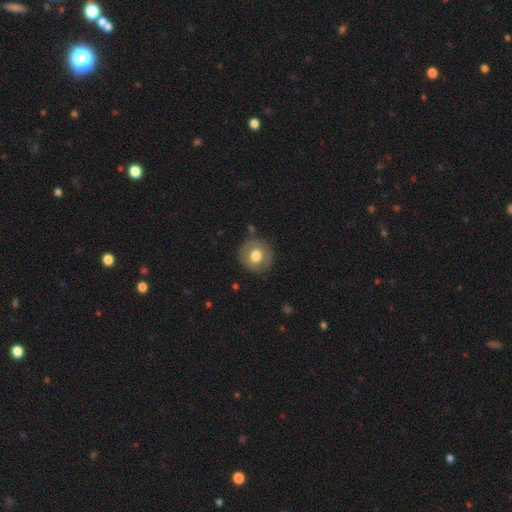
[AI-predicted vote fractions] Smooth or featured? Predicted: smooth (p=0.69). How rounded? Predicted: round (p=0.89). Merging? Predicted: none (p=0.84).